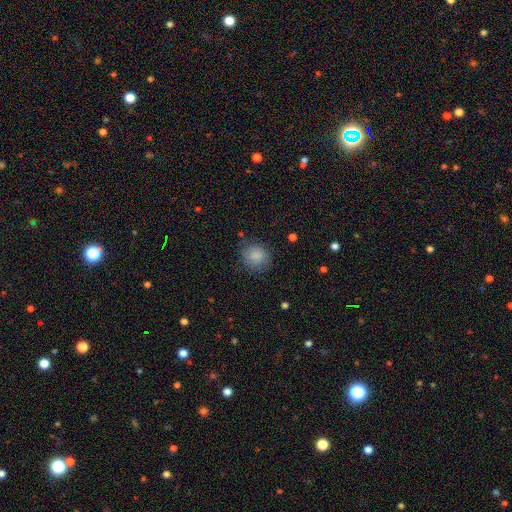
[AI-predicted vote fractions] Smooth or featured: smooth — 85% (star or artifact — 9%)
How rounded: round — 83% (in between — 16%)
Merging: none — 80% (minor disturbance — 15%)